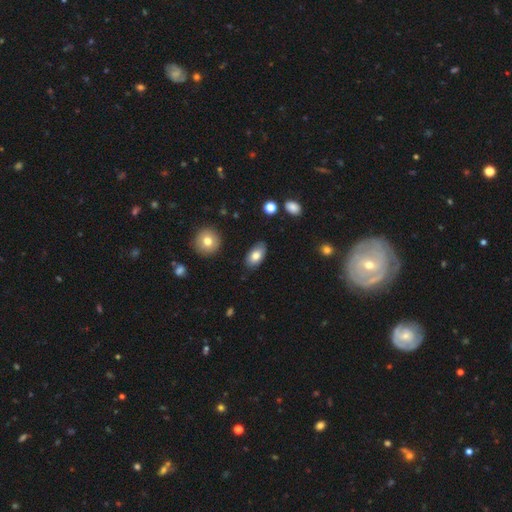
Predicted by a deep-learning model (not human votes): Q: Smooth or featured?
A: smooth (78%); runner-up: featured or disk (15%)
Q: How rounded?
A: in between (93%); runner-up: round (5%)
Q: Merging?
A: none (81%); runner-up: minor disturbance (15%)